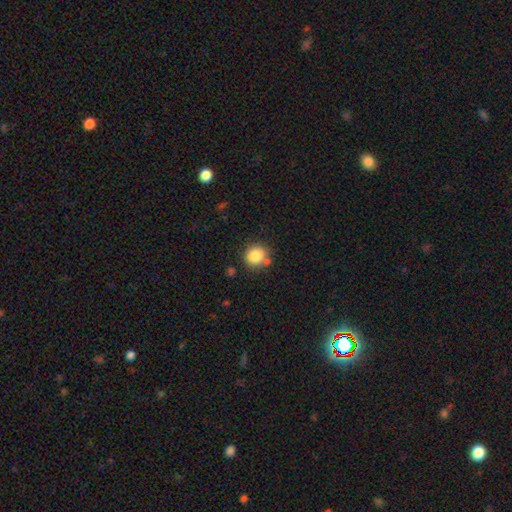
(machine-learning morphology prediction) A smooth galaxy with no disk features (85%) that is round (76%).

Vote fractions:
- Smooth or featured? smooth: 85% / star or artifact: 10% / featured or disk: 5%
- How rounded? round: 76% / in between: 23% / cigar-shaped: 1%
- Merging? none: 73% / minor disturbance: 13% / merger: 10% / major disturbance: 4%